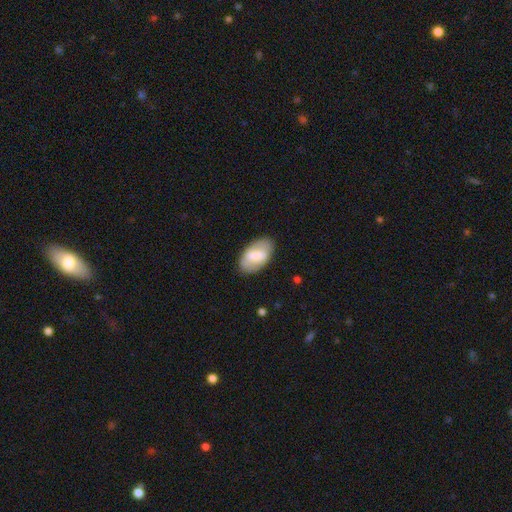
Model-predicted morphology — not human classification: Smooth or featured: smooth — 63% (featured or disk — 31%)
How rounded: in between — 94% (round — 4%)
Merging: none — 82% (minor disturbance — 13%)